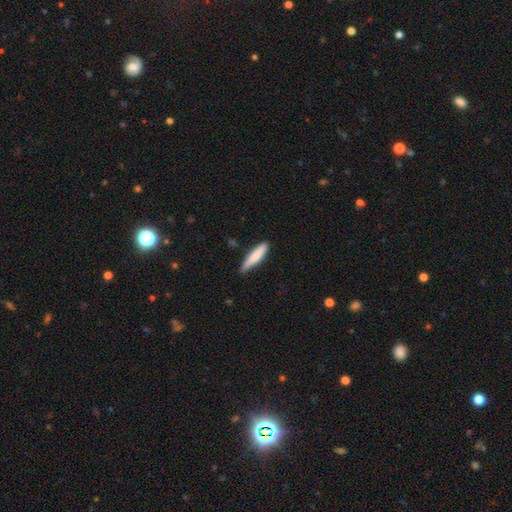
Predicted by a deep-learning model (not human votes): Morphology: type=smooth (78%); roundness=cigar-shaped (81%); merging=none (74%).